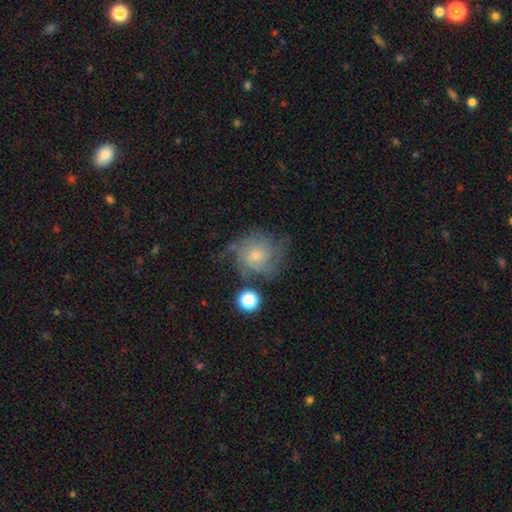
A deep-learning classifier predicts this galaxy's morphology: featured or disk 64%, smooth 26%, star or artifact 10%. Down the decision tree: edge-on disk — no (98%); bar — no (79%); spiral arms — yes (89%); spiral arm count — can't tell (35%); spiral winding — tight (48%); bulge size — small (61%); merging — none (54%).